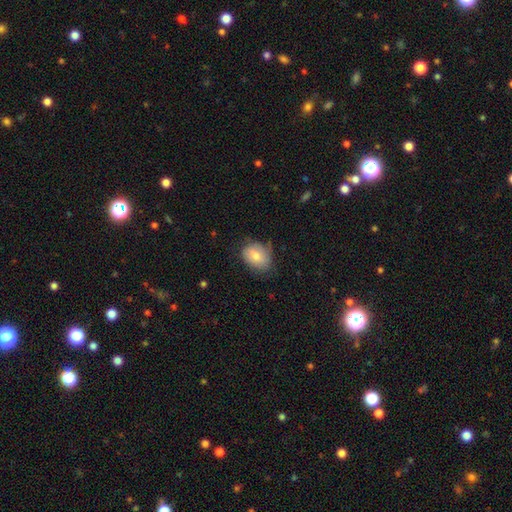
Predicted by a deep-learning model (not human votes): smooth-or-featured: smooth: 76% | featured or disk: 16% | star or artifact: 8%
  how-rounded: in between: 71% | round: 28% | cigar-shaped: 1%
  merging: none: 58% | minor disturbance: 31% | major disturbance: 9% | merger: 2%